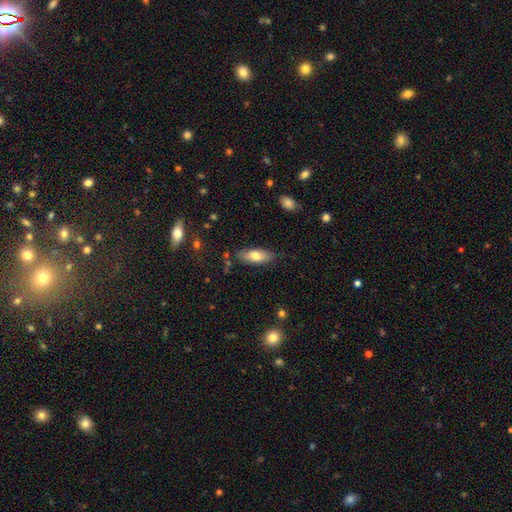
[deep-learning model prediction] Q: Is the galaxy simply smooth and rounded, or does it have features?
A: smooth — 73%.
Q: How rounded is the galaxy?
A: in between — 74%.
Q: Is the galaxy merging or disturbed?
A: none — 80%.